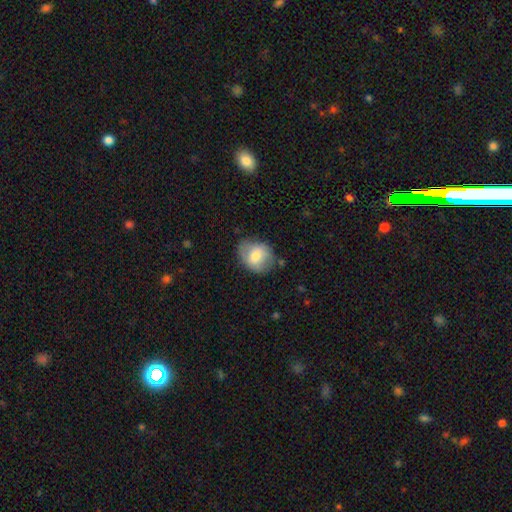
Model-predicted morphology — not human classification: This appears to be a smooth galaxy with no disk features (69%) that is round (51%). Merging: none (62%).